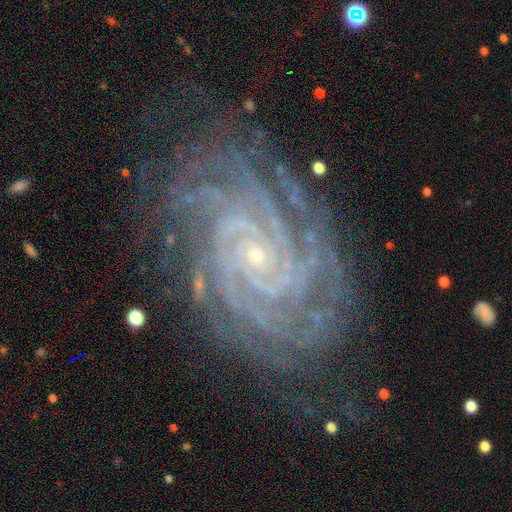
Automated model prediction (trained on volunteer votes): A featured or disk galaxy (92%) with no bar (69%), more than 4 (24%) tight (85%) spiral arms (99%) and a small central bulge (88%).

Vote fractions:
- Smooth or featured? featured or disk: 92% / star or artifact: 5% / smooth: 3%
- Edge-on disk? no: 98% / yes: 2%
- Bar? no: 69% / weak: 19% / strong: 11%
- Spiral arms? yes: 99% / no: 1%
- Spiral winding? tight: 85% / medium: 13% / loose: 2%
- Spiral arm count? more than 4: 24% / 4: 23% / 3: 15% / can't tell: 15% / 2: 14% / 1: 9%
- Bulge size? small: 88% / moderate: 8% / none: 2% / large: 1% / dominant: 1%
- Merging? none: 78% / minor disturbance: 16% / major disturbance: 5% / merger: 1%